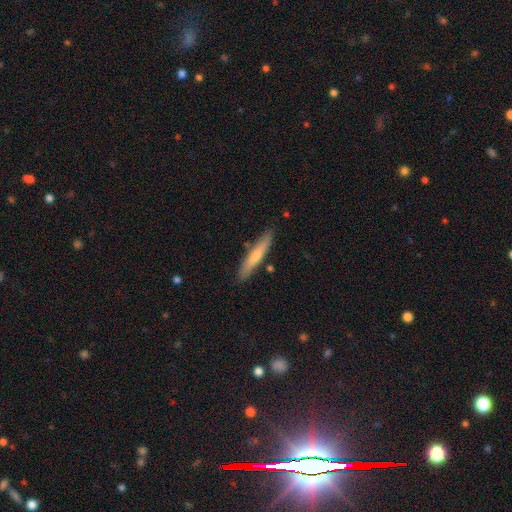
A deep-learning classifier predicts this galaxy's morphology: This is likely a smooth galaxy (62%). How rounded: clearly cigar-shaped (92%). Merging: clearly none (84%).